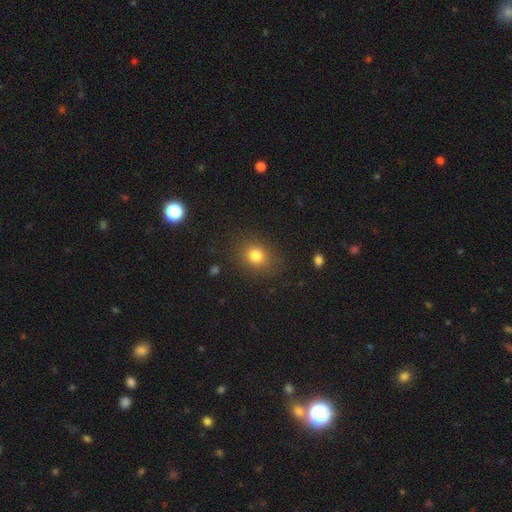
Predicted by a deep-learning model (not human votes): Morphology: type=smooth (80%); roundness=round (62%); merging=none (85%).